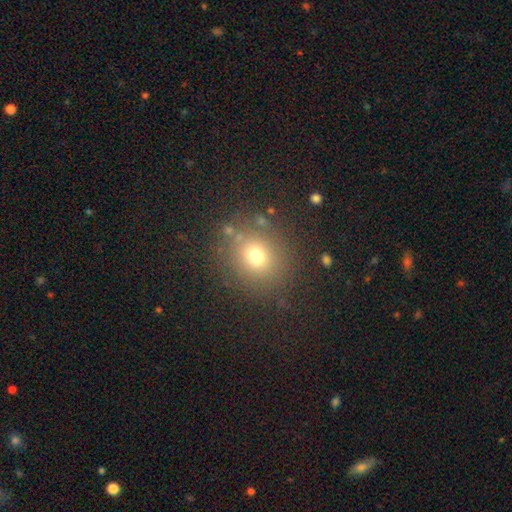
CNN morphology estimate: smooth-or-featured: smooth: 71% | star or artifact: 18% | featured or disk: 11%
  how-rounded: round: 81% | in between: 18% | cigar-shaped: 1%
  merging: none: 82% | minor disturbance: 10% | major disturbance: 5% | merger: 3%